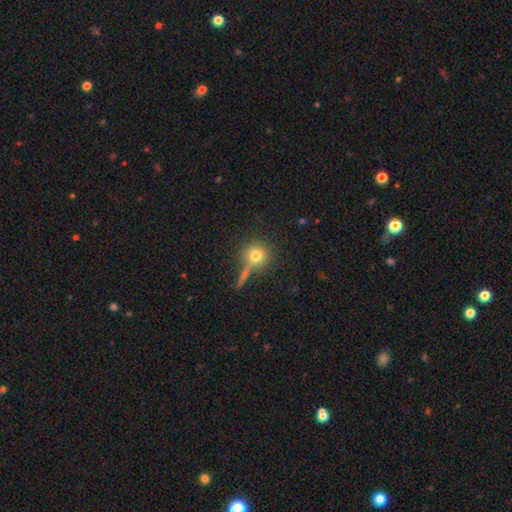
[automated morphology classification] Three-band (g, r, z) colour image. It shows a smooth galaxy with no disk features (74%) that is round (90%). Merging: none (65%).